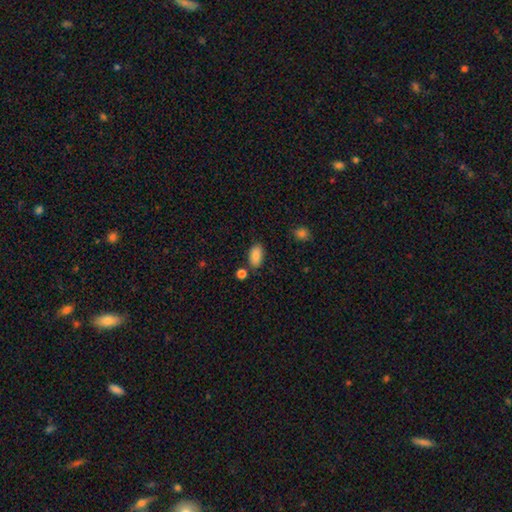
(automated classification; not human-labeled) A smooth galaxy with no disk features (87%) that is in between round and cigar-shaped (93%). Merging: none (79%).